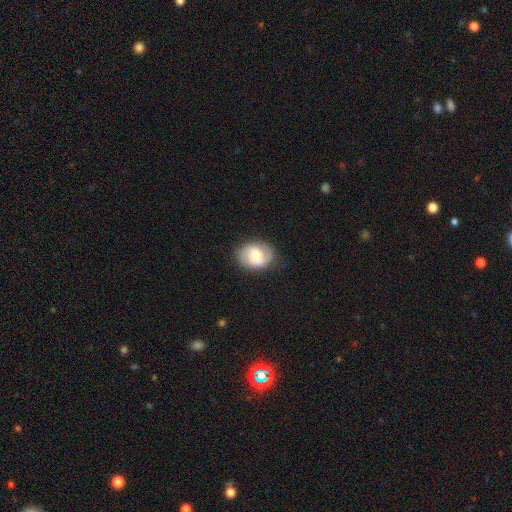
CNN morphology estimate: This appears to be a featured or disk galaxy (53%) with no bar (44%), spiral arms (83%) and a moderate central bulge (61%). Merging: none (82%).